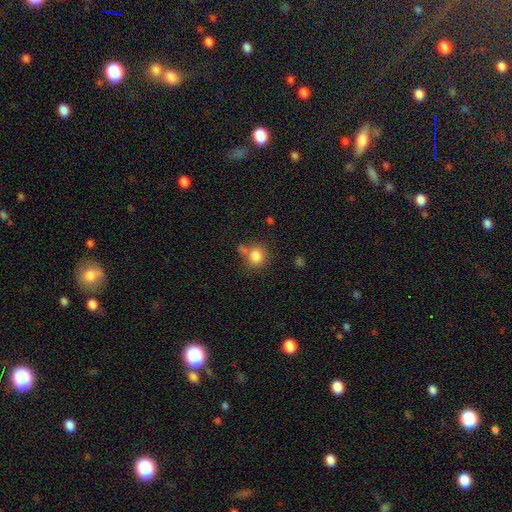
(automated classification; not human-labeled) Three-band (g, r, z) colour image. It shows a smooth galaxy with no disk features (83%) that is round (74%). Merging: none (58%).